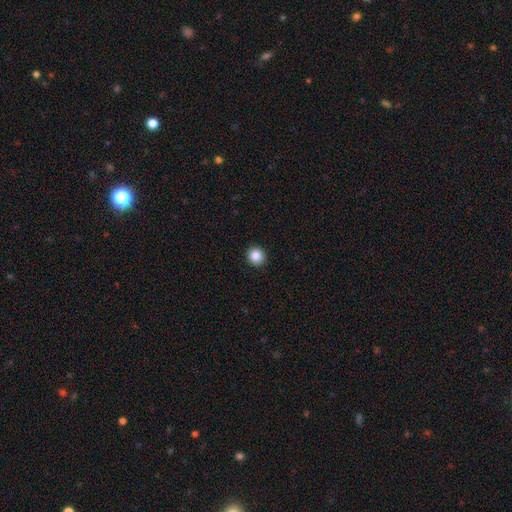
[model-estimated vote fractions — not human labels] Smooth or featured? smooth (86%)
How rounded? round (89%)
Merging? none (93%)